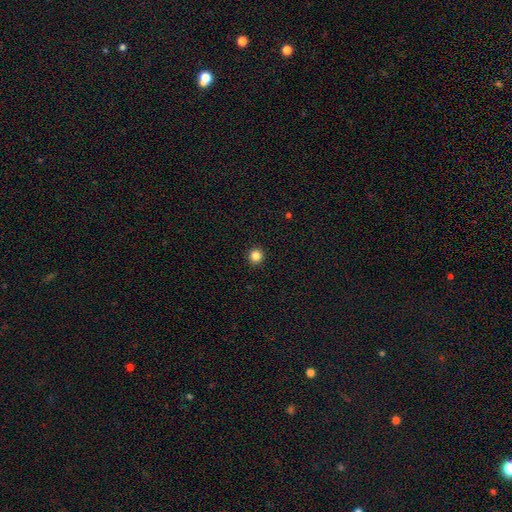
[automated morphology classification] A smooth galaxy with no disk features (84%) that is round (96%). Merging: none (94%).